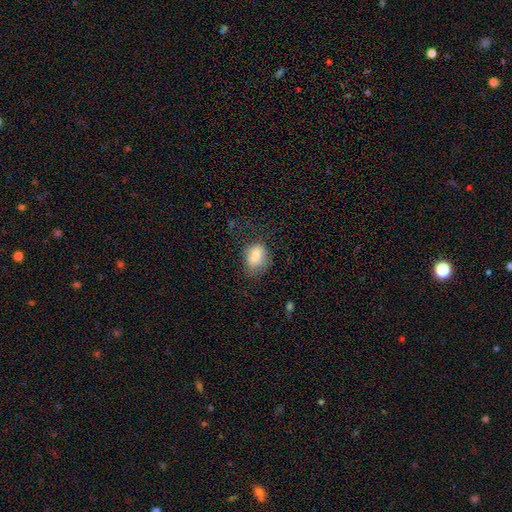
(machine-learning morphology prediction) smooth_or_featured: smooth (p=0.82) [alt: featured or disk p=0.10]
how_rounded: in between (p=0.72) [alt: round p=0.27]
merging: none (p=0.52) [alt: minor disturbance p=0.27]